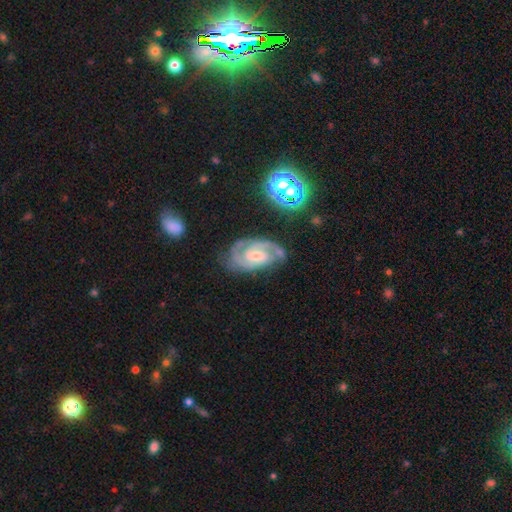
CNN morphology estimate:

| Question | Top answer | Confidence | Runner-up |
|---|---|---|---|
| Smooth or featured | featured or disk | 88% | smooth (6%) |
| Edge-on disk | no | 97% | yes (3%) |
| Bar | weak | 51% | no (33%) |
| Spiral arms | yes | 98% | no (2%) |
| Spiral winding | tight | 54% | medium (40%) |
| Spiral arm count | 2 | 71% | 3 (14%) |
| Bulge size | small | 48% | moderate (43%) |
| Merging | none | 70% | minor disturbance (19%) |